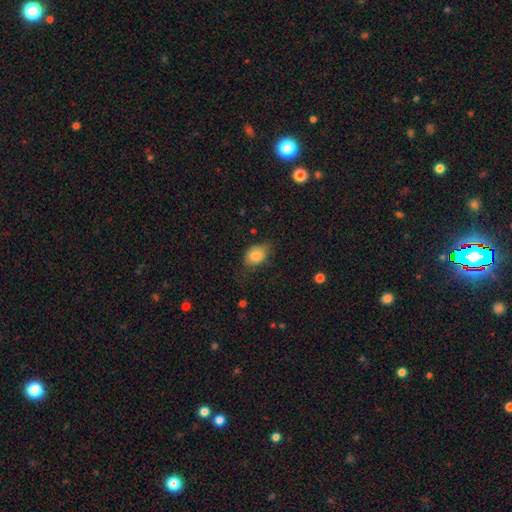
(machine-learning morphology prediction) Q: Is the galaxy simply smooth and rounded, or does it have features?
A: smooth — 83%.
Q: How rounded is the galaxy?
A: in between — 73%.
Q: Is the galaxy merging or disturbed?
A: none — 61%.